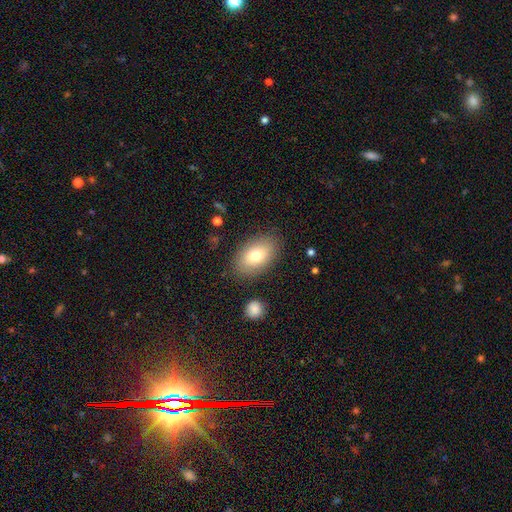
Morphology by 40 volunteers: Volunteers were most divided on "smooth or featured": smooth: 80%, featured or disk: 15%, star or artifact: 5%. More confident: how rounded — in between (88%); merging — none (79%).